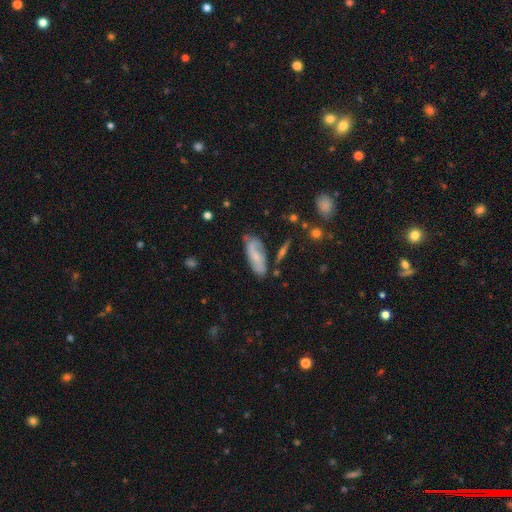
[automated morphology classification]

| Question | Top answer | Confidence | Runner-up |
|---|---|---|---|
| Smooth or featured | featured or disk | 53% | smooth (39%) |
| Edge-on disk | no | 85% | yes (15%) |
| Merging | none | 68% | minor disturbance (20%) |